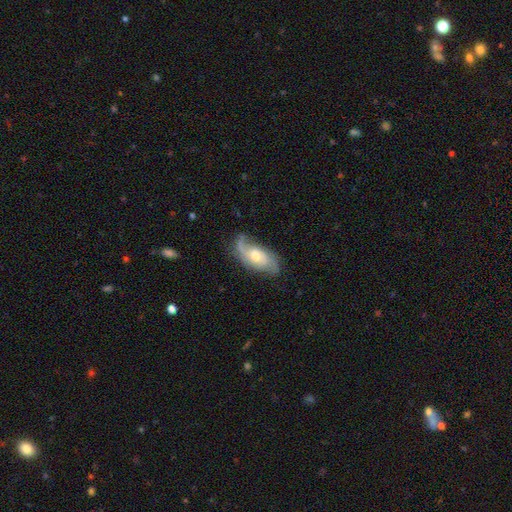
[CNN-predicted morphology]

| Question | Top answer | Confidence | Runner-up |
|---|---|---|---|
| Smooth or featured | featured or disk | 73% | smooth (21%) |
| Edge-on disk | no | 92% | yes (8%) |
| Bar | no | 64% | weak (31%) |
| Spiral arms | yes | 91% | no (9%) |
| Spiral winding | medium | 41% | loose (35%) |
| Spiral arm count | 2 | 64% | can't tell (15%) |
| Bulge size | moderate | 65% | small (25%) |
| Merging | none | 66% | minor disturbance (23%) |